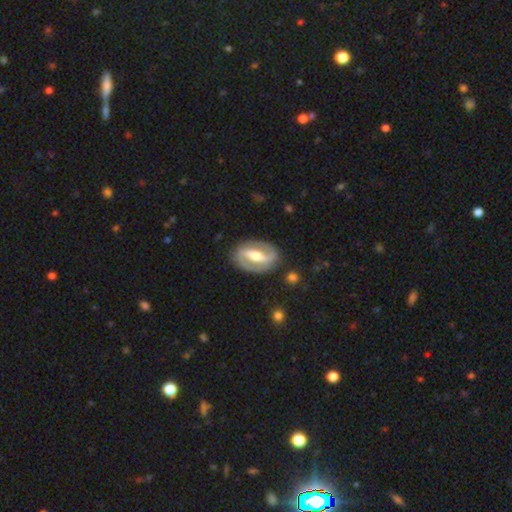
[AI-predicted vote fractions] featured or disk 85%, smooth 11%, star or artifact 4%. Down the decision tree: edge-on disk — no (95%); bar — strong (66%); spiral arms — yes (87%); spiral arm count — 2 (91%); spiral winding — medium (46%); bulge size — moderate (65%); merging — none (84%).